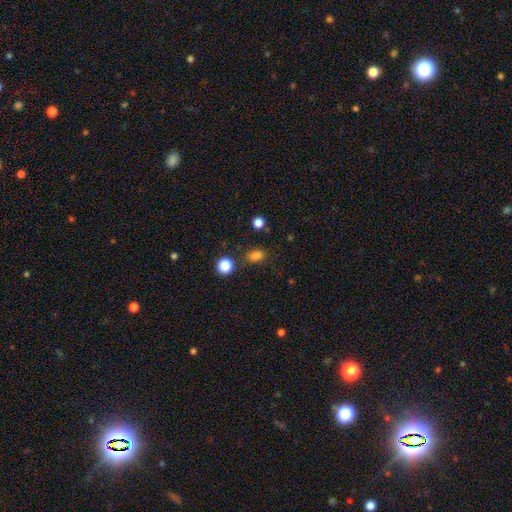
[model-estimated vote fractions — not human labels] The model was most divided on "how rounded": in between: 70%, round: 28%, cigar-shaped: 2%. More confident: smooth or featured — smooth (81%); merging — none (79%).